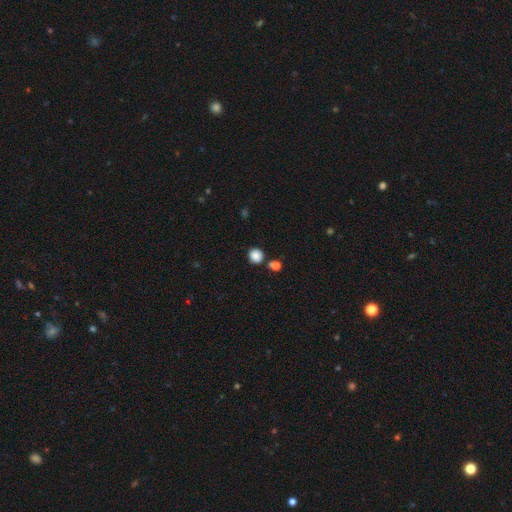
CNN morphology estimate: smooth_or_featured: smooth (p=0.85) [alt: star or artifact p=0.10]
how_rounded: round (p=0.89) [alt: in between p=0.10]
merging: none (p=0.75) [alt: minor disturbance p=0.12]